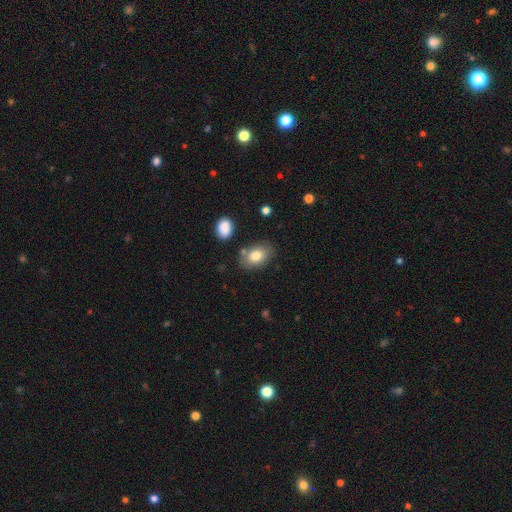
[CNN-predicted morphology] Overall: smooth (80%). How rounded: in between (84%). Merging: none (76%).